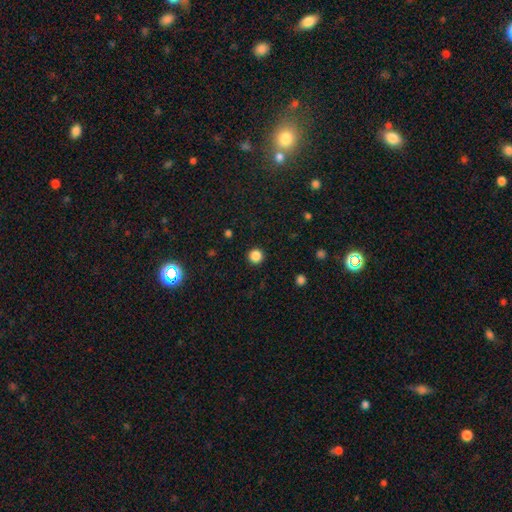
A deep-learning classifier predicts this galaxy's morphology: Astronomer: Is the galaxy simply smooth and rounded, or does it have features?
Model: smooth — 85%.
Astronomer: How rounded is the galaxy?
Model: round — 96%.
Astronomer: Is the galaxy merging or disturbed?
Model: none — 93%.